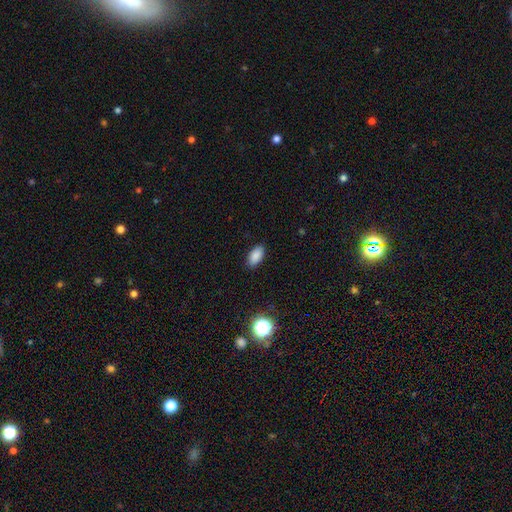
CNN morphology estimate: A smooth galaxy with no disk features (87%) that is in between round and cigar-shaped (92%). Merging: none (87%).